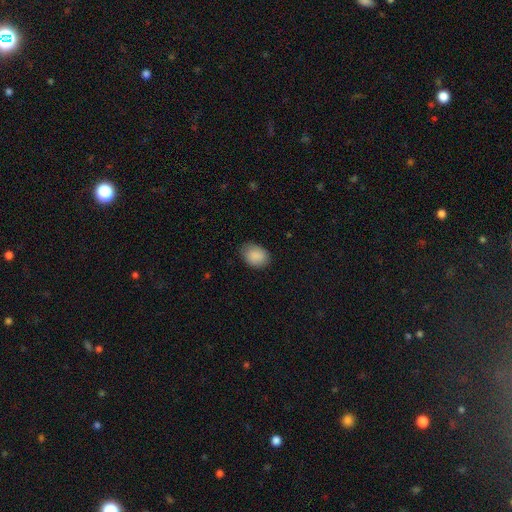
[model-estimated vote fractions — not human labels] This appears to be a smooth galaxy with no disk features (89%) that is in between round and cigar-shaped (72%). Merging: none (76%).